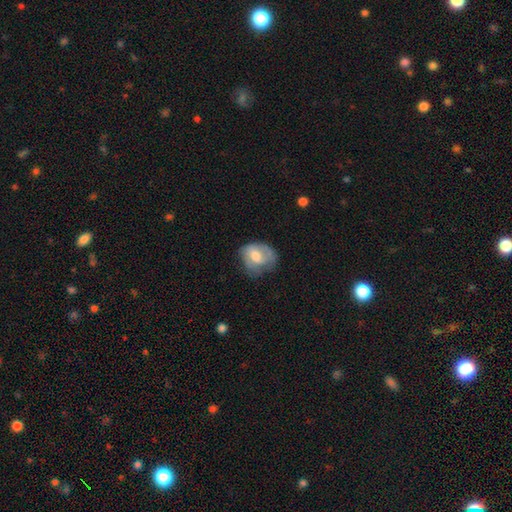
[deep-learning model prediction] smooth_or_featured: smooth (p=0.50) [alt: featured or disk p=0.43]
how_rounded: round (p=0.50) [alt: in between p=0.49]
merging: none (p=0.48) [alt: minor disturbance p=0.31]